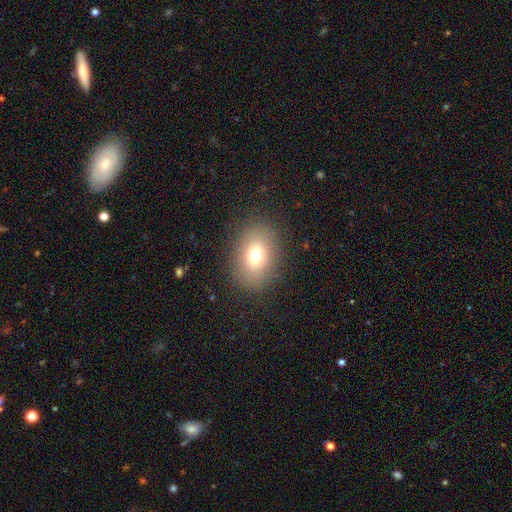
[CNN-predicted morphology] smooth_or_featured: smooth (p=0.73) [alt: featured or disk p=0.14]
how_rounded: in between (p=0.68) [alt: round p=0.31]
merging: none (p=0.86) [alt: minor disturbance p=0.09]